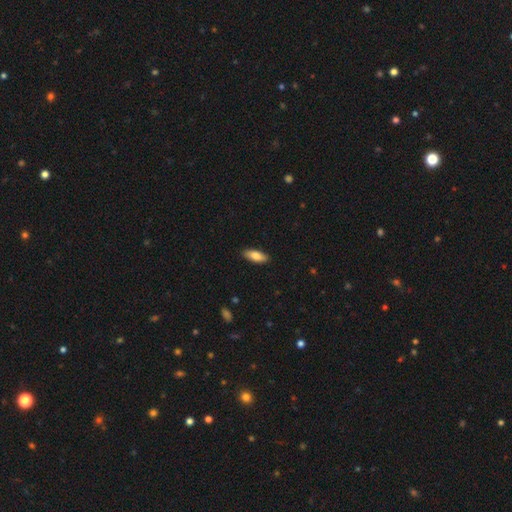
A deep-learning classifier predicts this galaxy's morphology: A smooth galaxy with no disk features (82%) that is in between round and cigar-shaped (74%).

Vote fractions:
- Smooth or featured? smooth: 82% / featured or disk: 12% / star or artifact: 6%
- How rounded? in between: 74% / cigar-shaped: 24% / round: 2%
- Merging? none: 88% / minor disturbance: 9% / major disturbance: 2% / merger: 1%